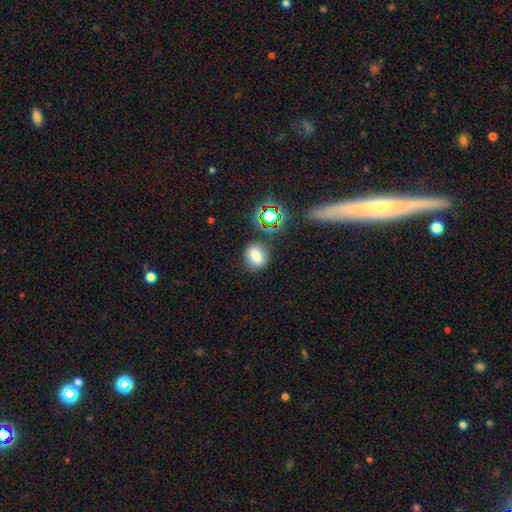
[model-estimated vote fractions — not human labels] Smooth or featured: smooth — 73% (star or artifact — 17%)
How rounded: in between — 51% (round — 47%)
Merging: none — 78% (minor disturbance — 13%)